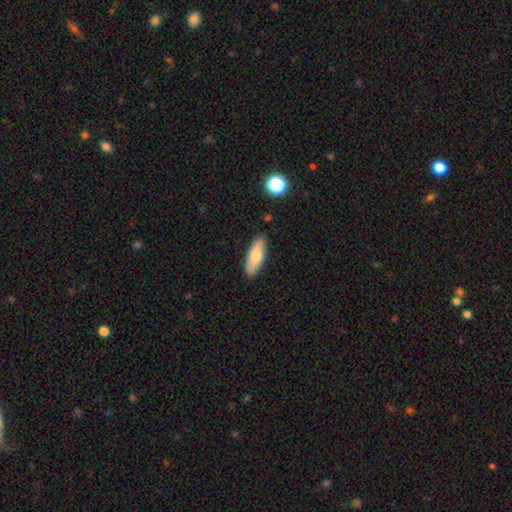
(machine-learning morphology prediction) smooth-or-featured: smooth: 77% | featured or disk: 17% | star or artifact: 6%
  how-rounded: in between: 67% | cigar-shaped: 31% | round: 2%
  merging: none: 85% | minor disturbance: 11% | major disturbance: 2% | merger: 2%